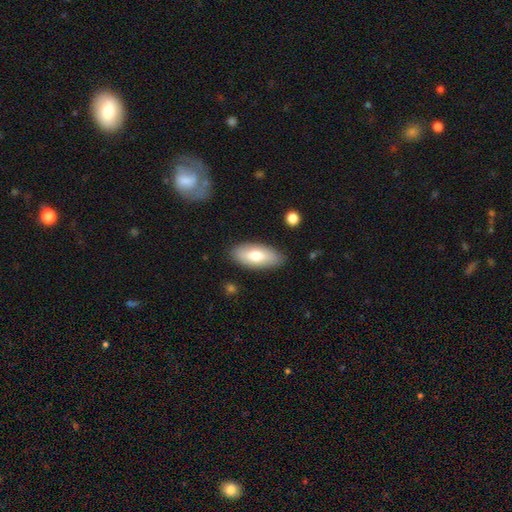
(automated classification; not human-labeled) Smooth or featured? Predicted: smooth (p=0.72). How rounded? Predicted: in between (p=0.87). Merging? Predicted: none (p=0.85).